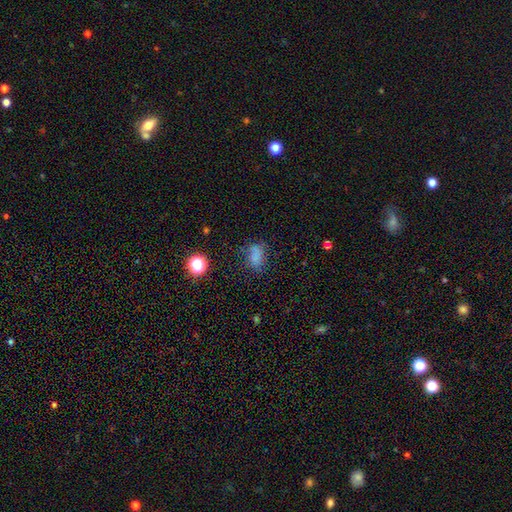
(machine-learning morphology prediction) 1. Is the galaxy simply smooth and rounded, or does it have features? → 71% smooth, 18% star or artifact, 11% featured or disk.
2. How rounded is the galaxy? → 78% in between, 19% round, 3% cigar-shaped.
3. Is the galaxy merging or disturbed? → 57% none, 24% minor disturbance, 14% major disturbance, 5% merger.